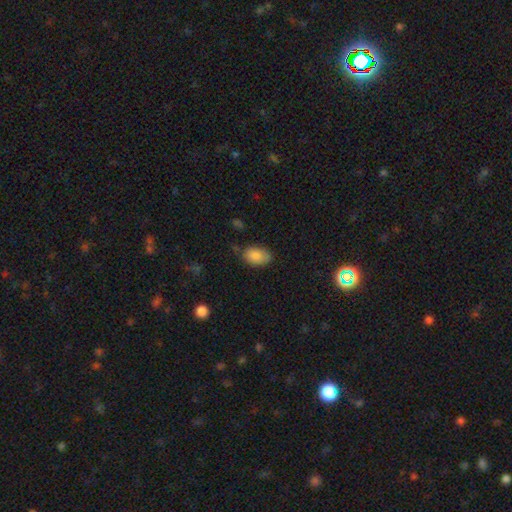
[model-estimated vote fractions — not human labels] This is clearly a smooth galaxy (86%). How rounded: clearly in between (91%). Merging: likely none (68%).